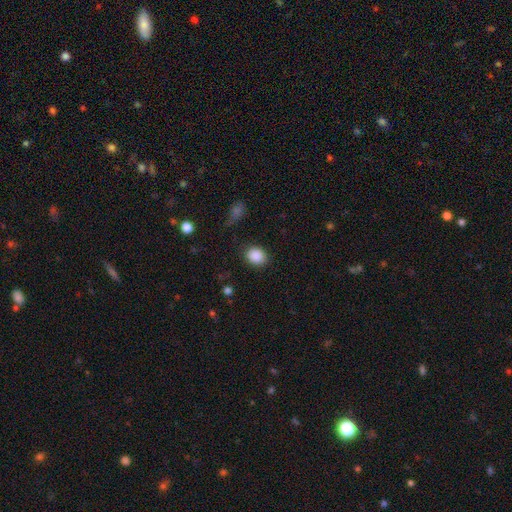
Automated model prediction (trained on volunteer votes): Smooth or featured: smooth — 88% (star or artifact — 8%)
How rounded: round — 55% (in between — 44%)
Merging: none — 85% (minor disturbance — 10%)